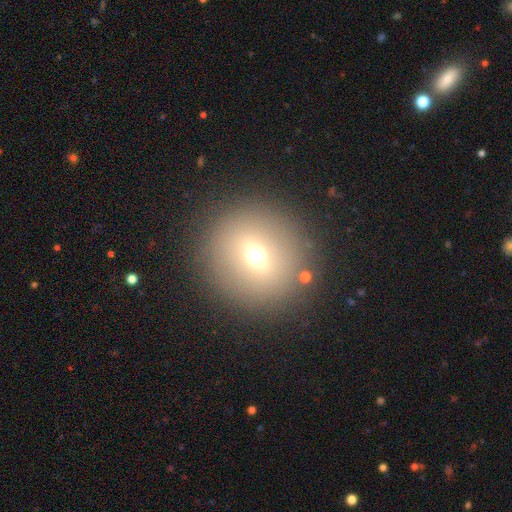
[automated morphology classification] smooth-or-featured: smooth: 57% | featured or disk: 24% | star or artifact: 19%
  how-rounded: round: 91% | in between: 8% | cigar-shaped: 1%
  merging: none: 87% | minor disturbance: 7% | major disturbance: 4% | merger: 3%